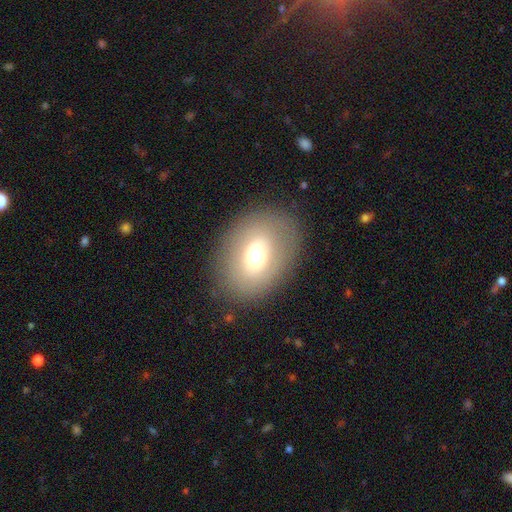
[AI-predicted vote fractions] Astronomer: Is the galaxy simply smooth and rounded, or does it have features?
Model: smooth — 64%.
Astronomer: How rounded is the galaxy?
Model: in between — 74%.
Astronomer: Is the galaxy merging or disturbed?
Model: none — 84%.